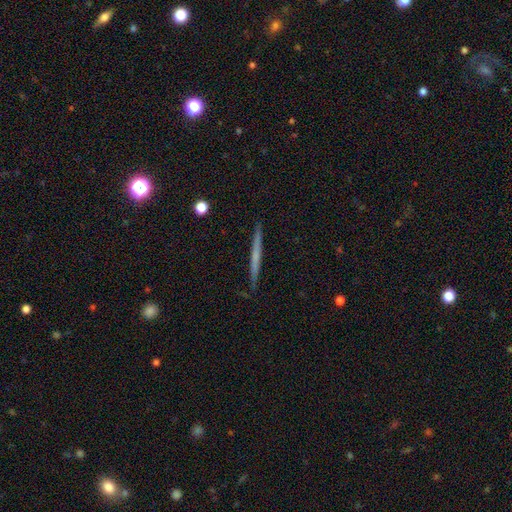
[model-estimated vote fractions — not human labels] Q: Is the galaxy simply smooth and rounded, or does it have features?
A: featured or disk — 49%.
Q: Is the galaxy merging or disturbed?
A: none — 91%.